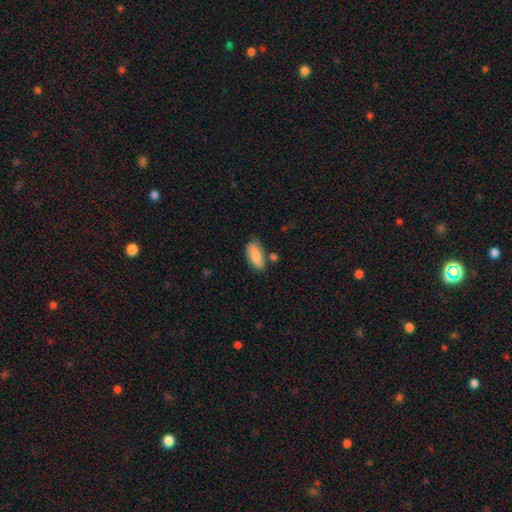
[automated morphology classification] smooth_or_featured: smooth (p=0.78) [alt: featured or disk p=0.16]
how_rounded: in between (p=0.83) [alt: cigar-shaped p=0.14]
merging: none (p=0.66) [alt: minor disturbance p=0.21]